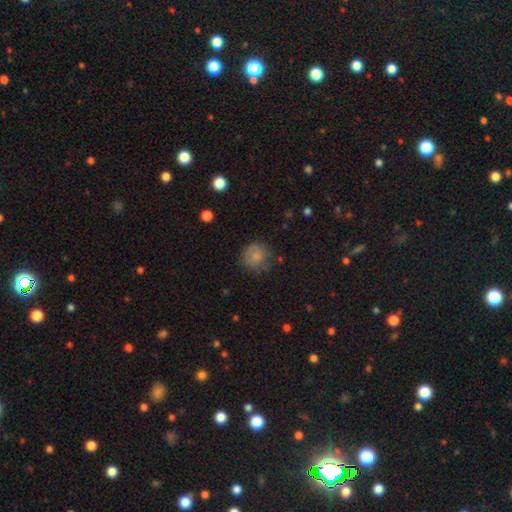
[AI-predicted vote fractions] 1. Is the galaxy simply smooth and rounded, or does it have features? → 76% smooth, 16% featured or disk, 9% star or artifact.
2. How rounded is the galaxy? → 89% round, 10% in between, 1% cigar-shaped.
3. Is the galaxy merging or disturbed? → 70% none, 21% minor disturbance, 8% major disturbance, 2% merger.